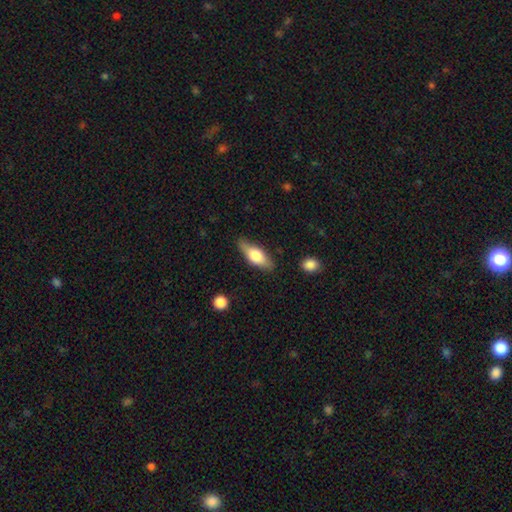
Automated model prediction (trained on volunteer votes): Q: Smooth or featured?
A: smooth (60%); runner-up: featured or disk (34%)
Q: How rounded?
A: in between (66%); runner-up: cigar-shaped (31%)
Q: Merging?
A: none (82%); runner-up: minor disturbance (14%)